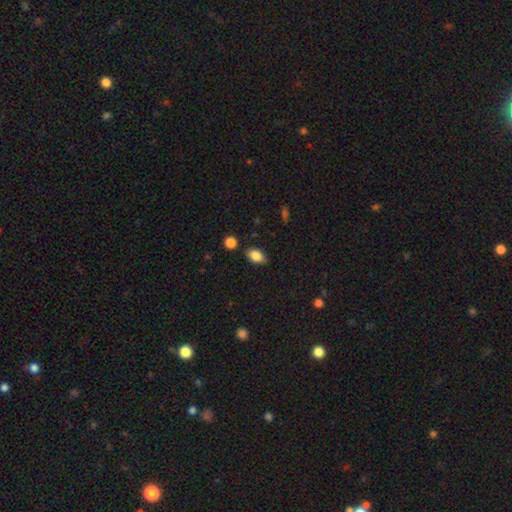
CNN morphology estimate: The model was most divided on "merging": none: 80%, minor disturbance: 14%, merger: 3%, major disturbance: 3%. More confident: how rounded — in between (88%); smooth or featured — smooth (85%).